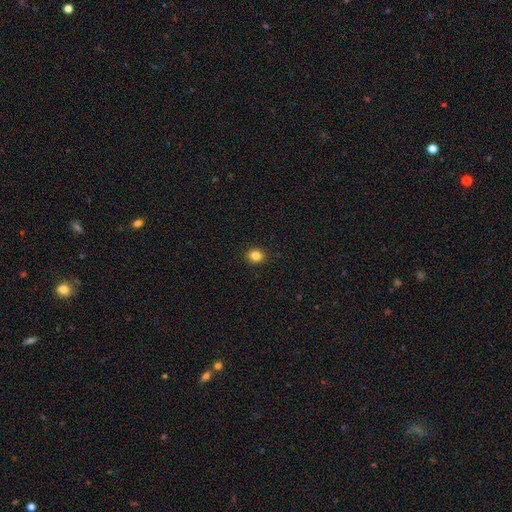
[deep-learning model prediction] smooth 84%, star or artifact 11%, featured or disk 5%. Down the decision tree: how rounded — round (63%); merging — none (90%).